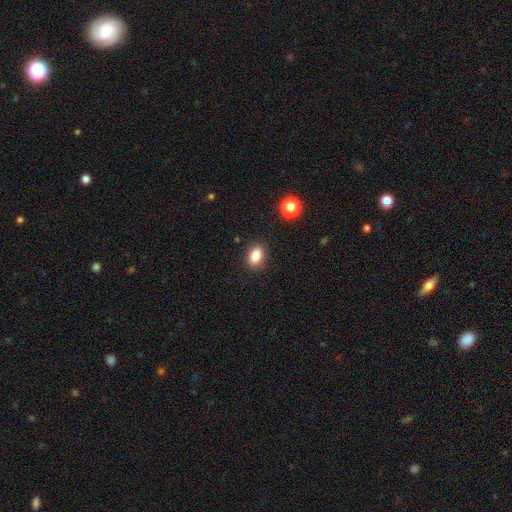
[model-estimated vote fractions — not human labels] This appears to be a smooth galaxy with no disk features (85%) that is in between round and cigar-shaped (84%). Merging: none (87%).